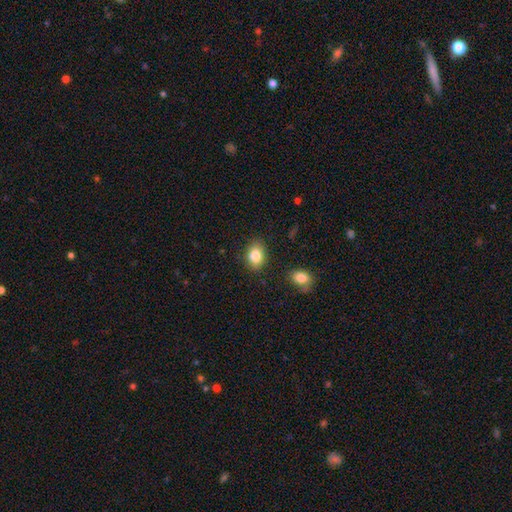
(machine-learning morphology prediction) A smooth galaxy with no disk features (84%) that is in between round and cigar-shaped (75%).

Vote fractions:
- Smooth or featured? smooth: 84% / star or artifact: 9% / featured or disk: 7%
- How rounded? in between: 75% / round: 24% / cigar-shaped: 1%
- Merging? none: 82% / minor disturbance: 13% / merger: 3% / major disturbance: 3%